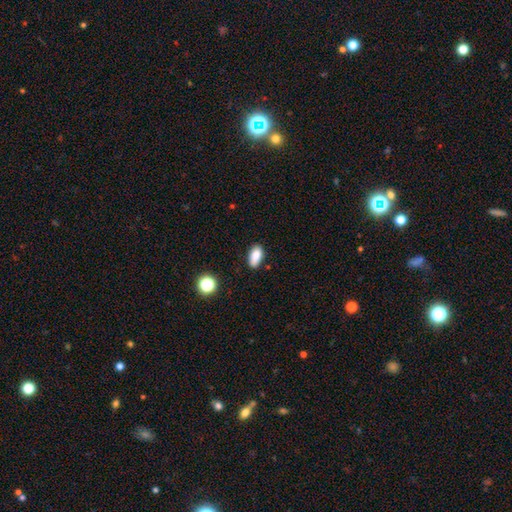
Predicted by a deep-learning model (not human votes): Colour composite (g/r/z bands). It shows a smooth galaxy with no disk features (84%) that is in between round and cigar-shaped (89%). Merging: none (74%).